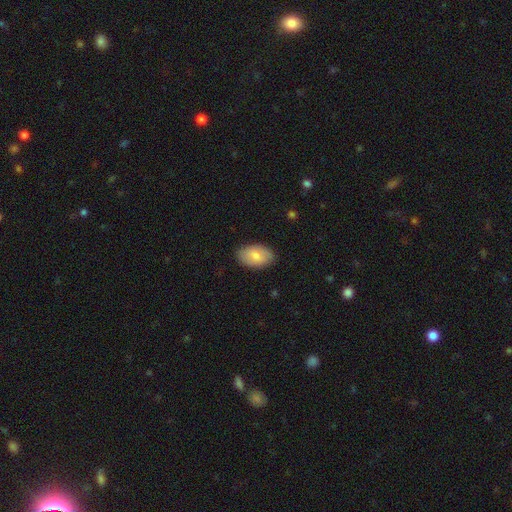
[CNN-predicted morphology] type=smooth (77%); roundness=in between (92%); merging=none (85%).